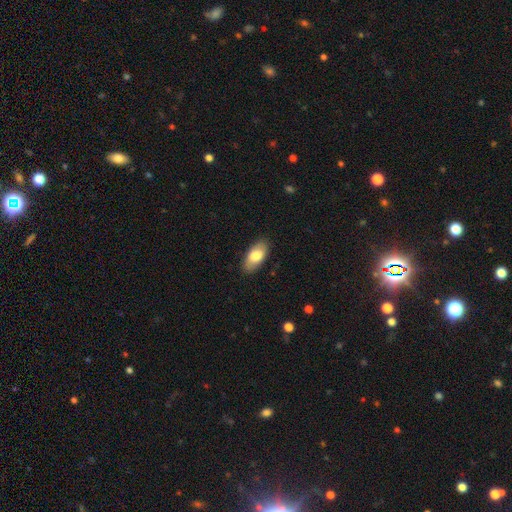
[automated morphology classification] Smooth or featured?
  - smooth: 79% *
  - featured or disk: 15%
  - star or artifact: 6%
How rounded?
  - in between: 92% *
  - cigar-shaped: 6%
  - round: 3%
Merging?
  - none: 87% *
  - minor disturbance: 10%
  - major disturbance: 2%
  - merger: 1%